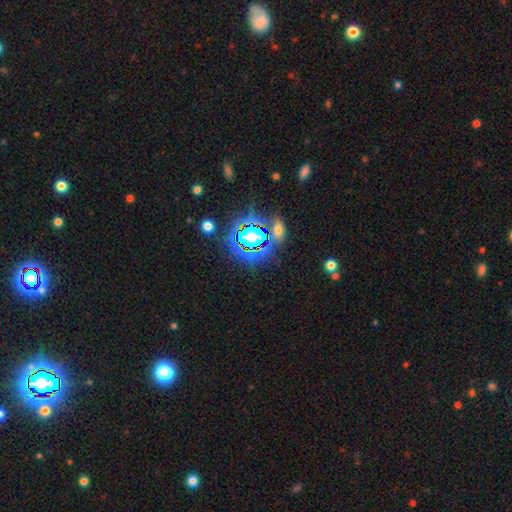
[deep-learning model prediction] smooth_or_featured: star or artifact (p=0.82) [alt: smooth p=0.11]